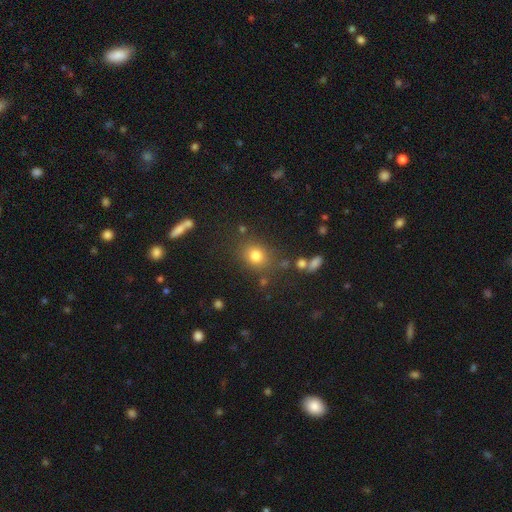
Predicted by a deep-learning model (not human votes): Smooth or featured?
  - smooth: 79% *
  - star or artifact: 14%
  - featured or disk: 7%
How rounded?
  - round: 68% *
  - in between: 31%
  - cigar-shaped: 1%
Merging?
  - none: 78% *
  - minor disturbance: 12%
  - merger: 5%
  - major disturbance: 5%